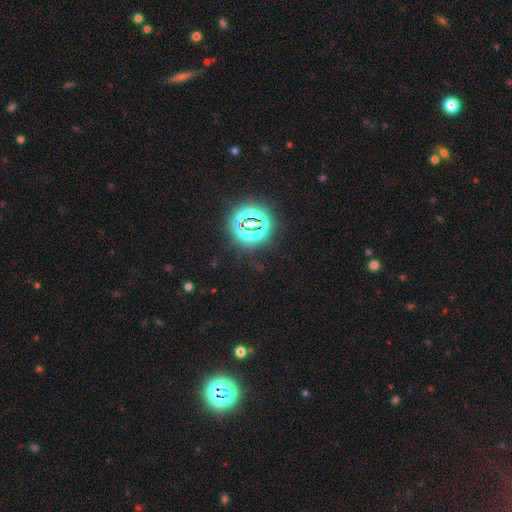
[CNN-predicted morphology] Smooth or featured: star or artifact — 80% (smooth — 13%)